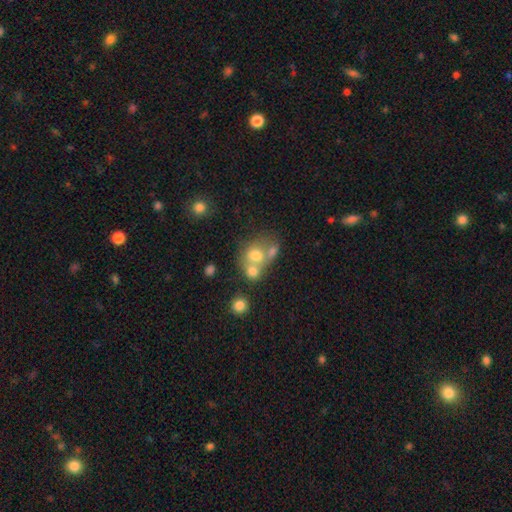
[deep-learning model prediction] smooth 66%, featured or disk 21%, star or artifact 13%. Down the decision tree: how rounded — round (66%); merging — merger (54%).